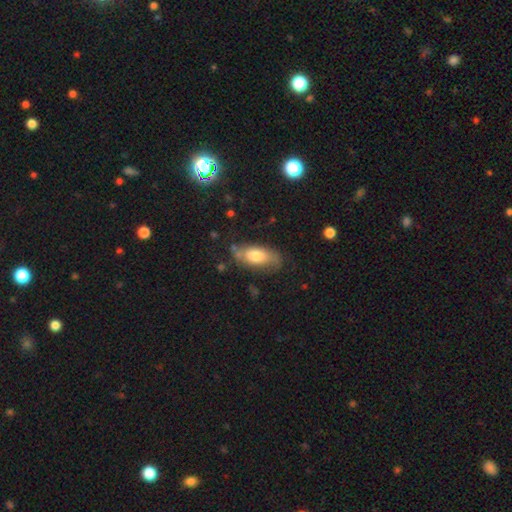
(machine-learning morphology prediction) smooth-or-featured: smooth: 72% | featured or disk: 21% | star or artifact: 7%
  how-rounded: in between: 88% | cigar-shaped: 9% | round: 3%
  merging: none: 65% | minor disturbance: 24% | major disturbance: 8% | merger: 4%